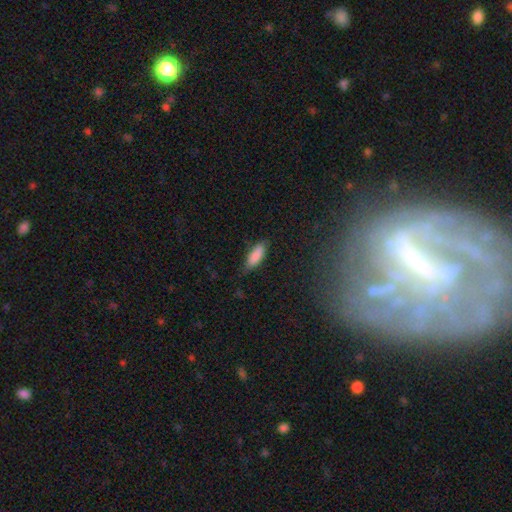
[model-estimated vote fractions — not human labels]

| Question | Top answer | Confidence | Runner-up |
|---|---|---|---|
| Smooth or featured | smooth | 86% | featured or disk (8%) |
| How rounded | in between | 63% | cigar-shaped (35%) |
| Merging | none | 72% | minor disturbance (22%) |